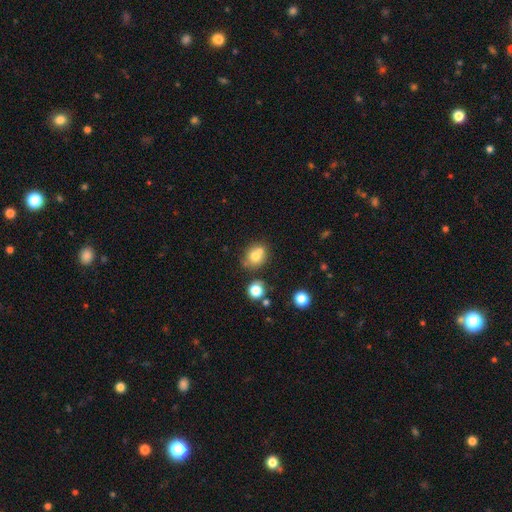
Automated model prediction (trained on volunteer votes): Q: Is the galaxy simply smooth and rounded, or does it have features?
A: smooth — 72%.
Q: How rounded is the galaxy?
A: round — 71%.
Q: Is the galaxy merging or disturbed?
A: none — 51%.